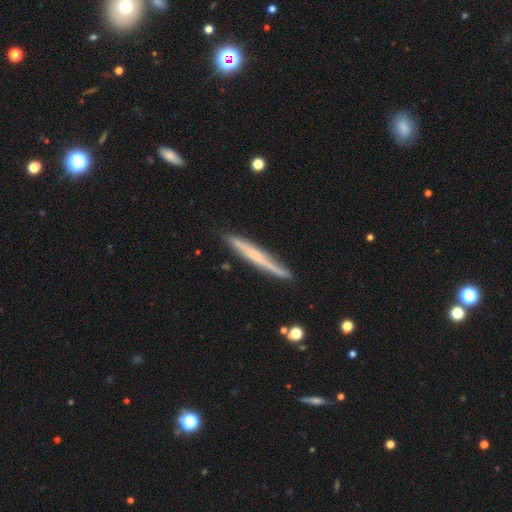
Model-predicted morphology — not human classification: Smooth or featured? featured or disk (54%)
Edge-on disk? yes (95%)
Edge-on bulge? none (64%)
Merging? none (82%)